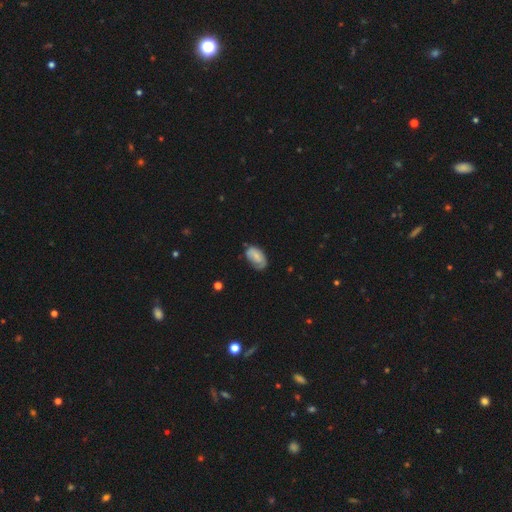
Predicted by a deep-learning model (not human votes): The model was most divided on "merging": none: 52%, minor disturbance: 34%, major disturbance: 12%, merger: 2%. More confident: how rounded — in between (92%); smooth or featured — smooth (62%).